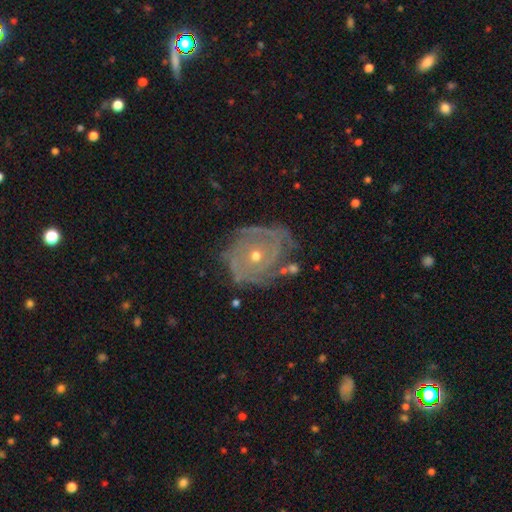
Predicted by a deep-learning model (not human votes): Smooth or featured?
  - featured or disk: 83% *
  - smooth: 9%
  - star or artifact: 7%
Edge-on disk?
  - no: 97% *
  - yes: 3%
Bar?
  - no: 85% *
  - weak: 12%
  - strong: 3%
Spiral arms?
  - yes: 88% *
  - no: 12%
Spiral winding?
  - tight: 74% *
  - medium: 20%
  - loose: 6%
Spiral arm count?
  - can't tell: 40% *
  - 3: 19%
  - 2: 17%
  - 4: 11%
  - more than 4: 7%
  - 1: 6%
Bulge size?
  - small: 53% *
  - moderate: 45%
  - large: 1%
  - none: 1%
  - dominant: 1%
Merging?
  - none: 64% *
  - minor disturbance: 22%
  - major disturbance: 11%
  - merger: 3%